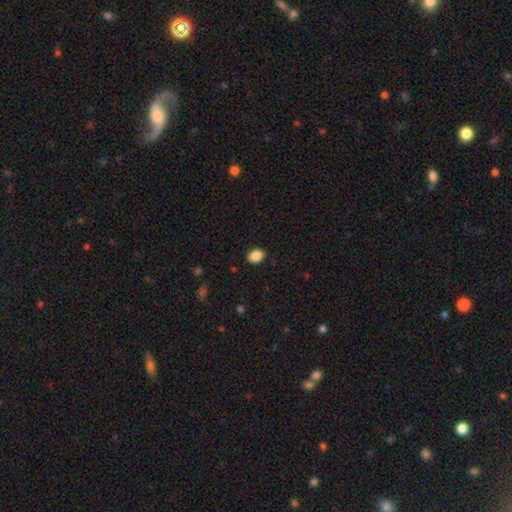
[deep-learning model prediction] smooth 88%, star or artifact 9%, featured or disk 4%. Down the decision tree: how rounded — in between (69%); merging — none (88%).